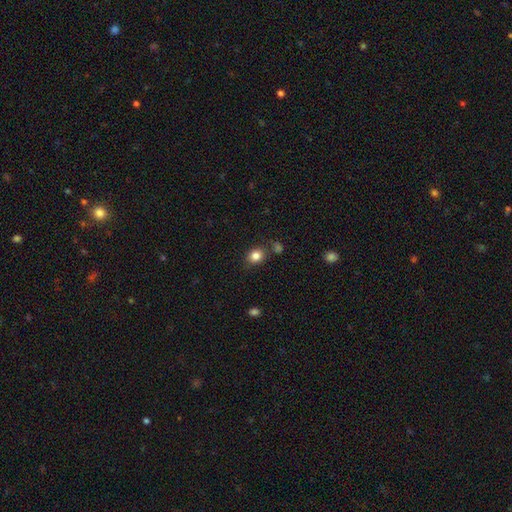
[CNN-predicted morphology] Overall: smooth (83%). How rounded: round (59%; in between 40%). Merging: none (78%).